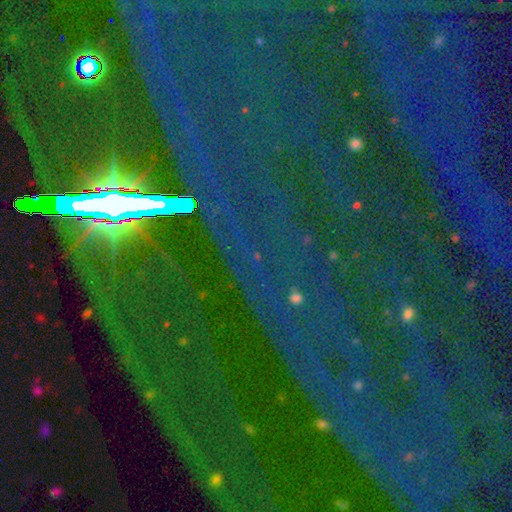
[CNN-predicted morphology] Smooth or featured? Predicted: star or artifact (p=0.86).